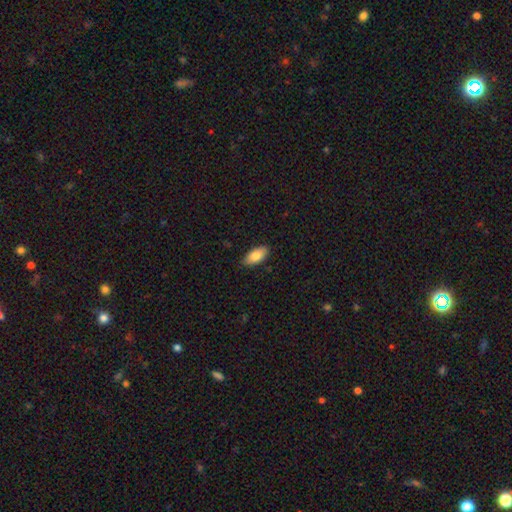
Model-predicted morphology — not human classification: Smooth or featured? Predicted: smooth (p=0.84). How rounded? Predicted: in between (p=0.91). Merging? Predicted: none (p=0.85).